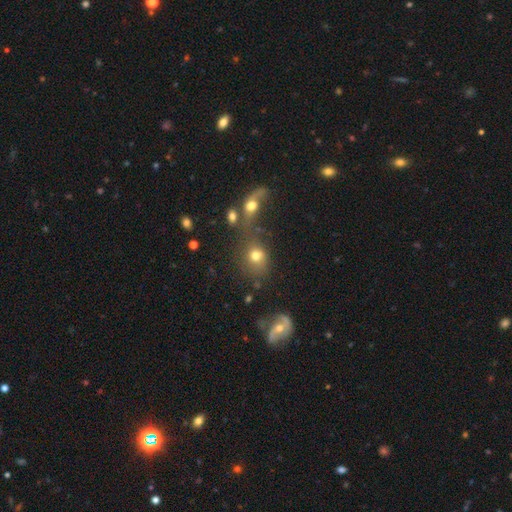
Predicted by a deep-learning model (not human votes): Morphology: type=smooth (70%); roundness=round (69%); merging=none (44%).